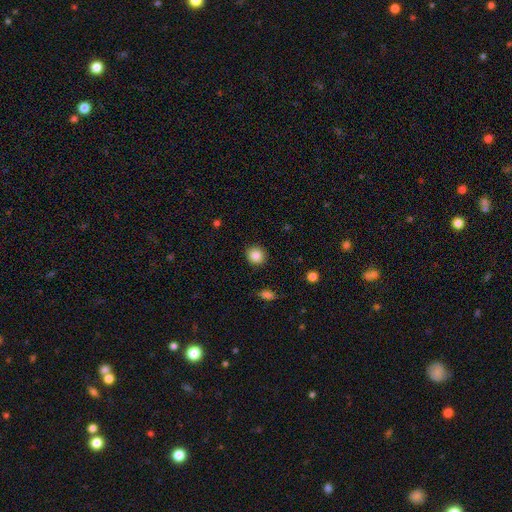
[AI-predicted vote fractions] This appears to be a smooth galaxy with no disk features (87%) that is round (86%). Merging: none (90%).